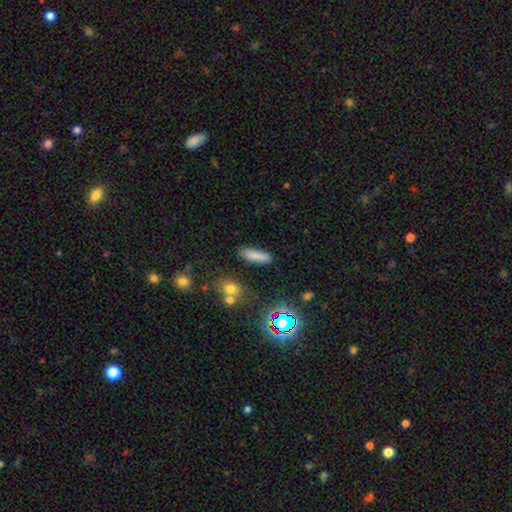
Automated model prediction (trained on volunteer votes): smooth-or-featured: smooth: 81% | star or artifact: 11% | featured or disk: 8%
  how-rounded: cigar-shaped: 53% | in between: 44% | round: 3%
  merging: none: 85% | minor disturbance: 10% | merger: 3% | major disturbance: 3%